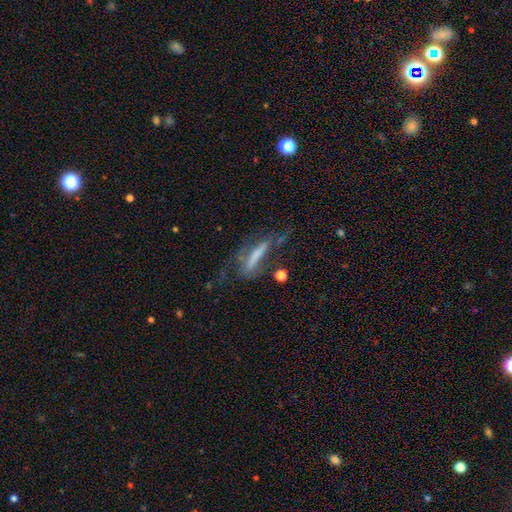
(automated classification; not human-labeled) A featured or disk galaxy (50%). Merging: major disturbance (36%, tied with none).